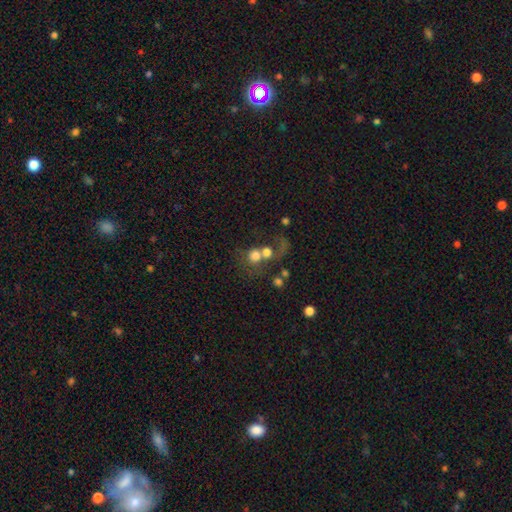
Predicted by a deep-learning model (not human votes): Q: Smooth or featured?
A: smooth (65%); runner-up: featured or disk (23%)
Q: How rounded?
A: round (78%); runner-up: in between (21%)
Q: Merging?
A: merger (60%); runner-up: none (21%)